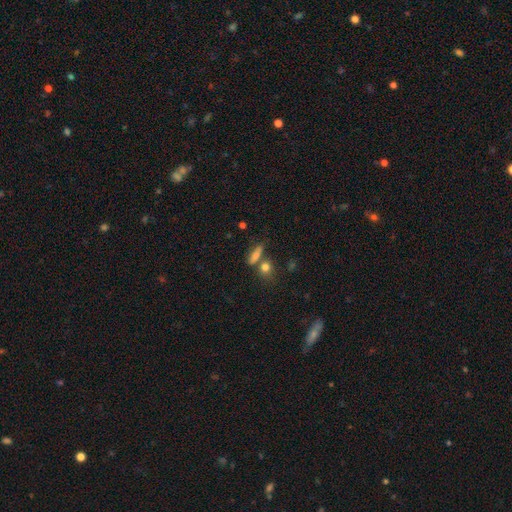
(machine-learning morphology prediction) Smooth or featured? smooth (63%)
How rounded? cigar-shaped (48%)
Merging? none (59%)